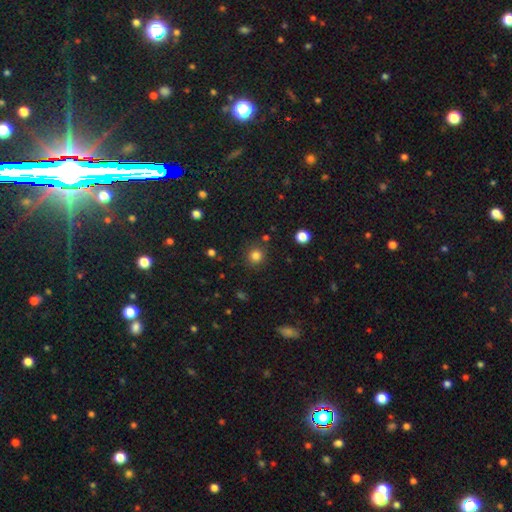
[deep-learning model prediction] The model was most divided on "smooth or featured": smooth: 81%, star or artifact: 14%, featured or disk: 5%. More confident: how rounded — round (91%); merging — none (87%).